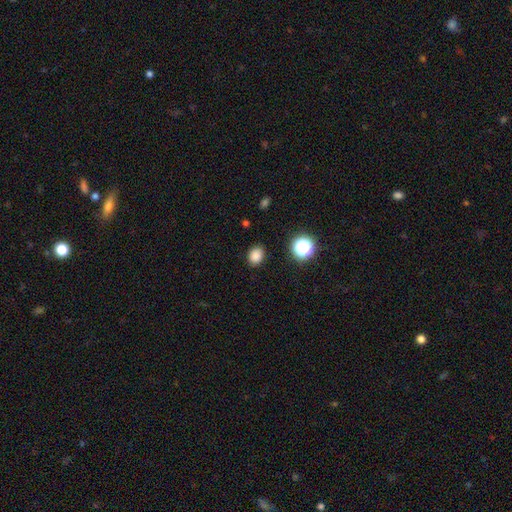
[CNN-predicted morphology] The model was most divided on "how rounded": round: 53%, in between: 46%, cigar-shaped: 1%. More confident: merging — none (86%); smooth or featured — smooth (83%).